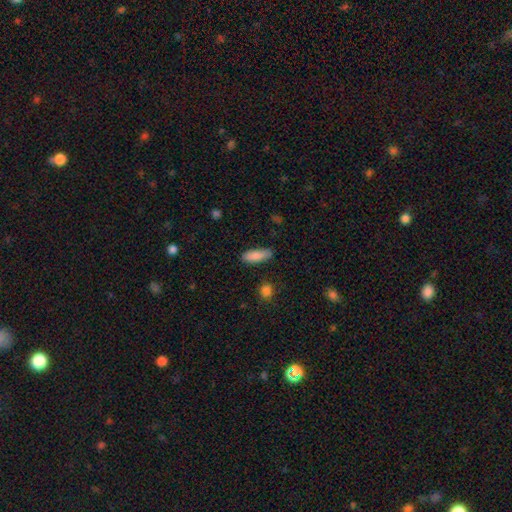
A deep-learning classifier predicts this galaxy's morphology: type=smooth (87%); roundness=in between (63%); merging=none (81%).